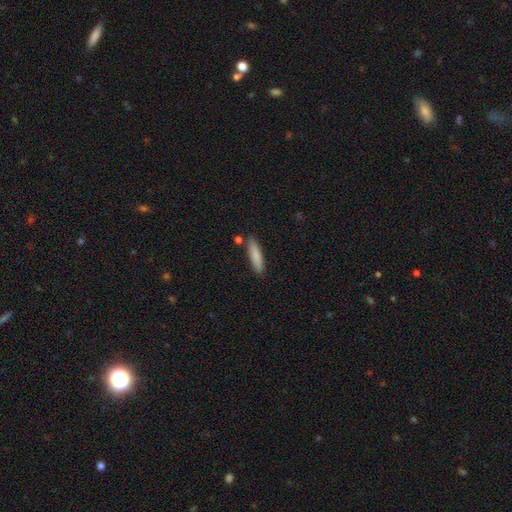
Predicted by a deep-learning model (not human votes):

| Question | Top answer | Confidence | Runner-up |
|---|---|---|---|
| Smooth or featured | smooth | 83% | featured or disk (10%) |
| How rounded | cigar-shaped | 80% | in between (19%) |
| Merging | none | 84% | minor disturbance (10%) |